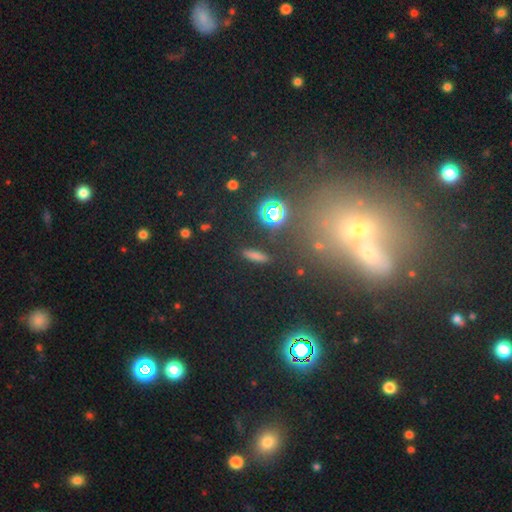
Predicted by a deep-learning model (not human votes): Morphology: type=star or artifact (45%).